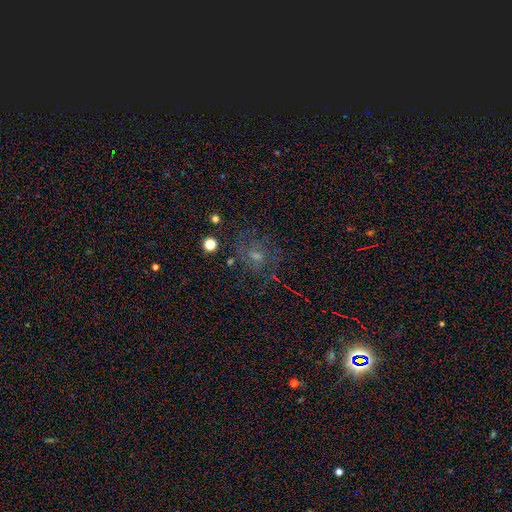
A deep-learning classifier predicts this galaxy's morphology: Overall: featured or disk (42%; smooth 33%). Merging: none (60%).